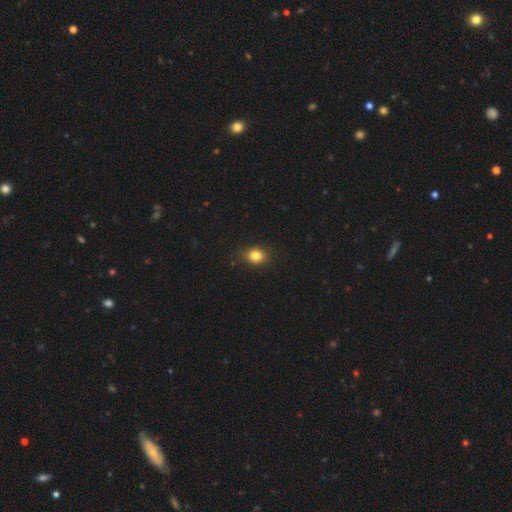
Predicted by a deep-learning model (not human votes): A smooth galaxy with no disk features (83%) that is round (61%).

Vote fractions:
- Smooth or featured? smooth: 83% / star or artifact: 11% / featured or disk: 5%
- How rounded? round: 61% / in between: 38% / cigar-shaped: 1%
- Merging? none: 88% / minor disturbance: 9% / major disturbance: 2% / merger: 1%